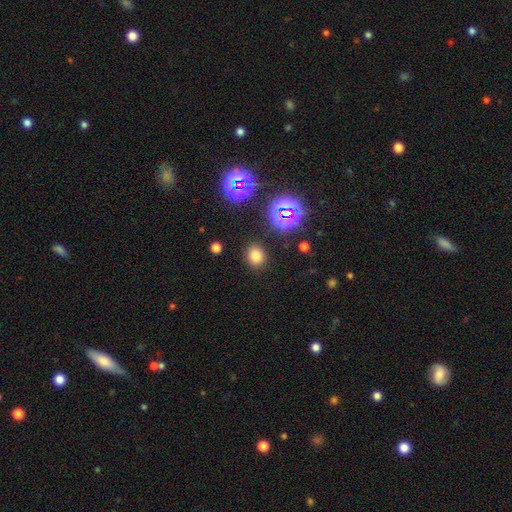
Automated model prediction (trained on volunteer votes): Smooth or featured? Predicted: smooth (p=0.74). How rounded? Predicted: round (p=0.65). Merging? Predicted: none (p=0.87).